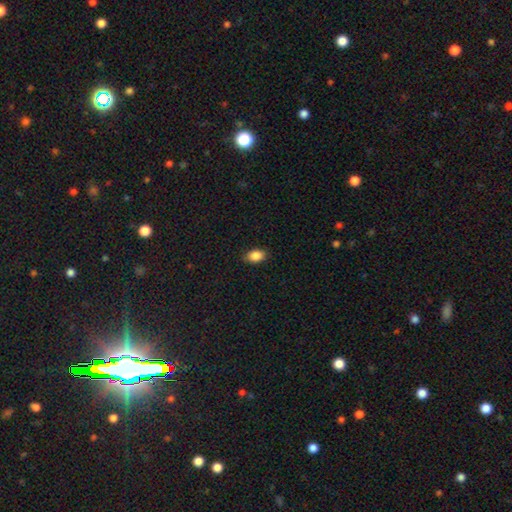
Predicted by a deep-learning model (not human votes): smooth-or-featured: smooth: 87% | star or artifact: 8% | featured or disk: 5%
  how-rounded: in between: 85% | round: 13% | cigar-shaped: 2%
  merging: none: 87% | minor disturbance: 10% | major disturbance: 2% | merger: 1%